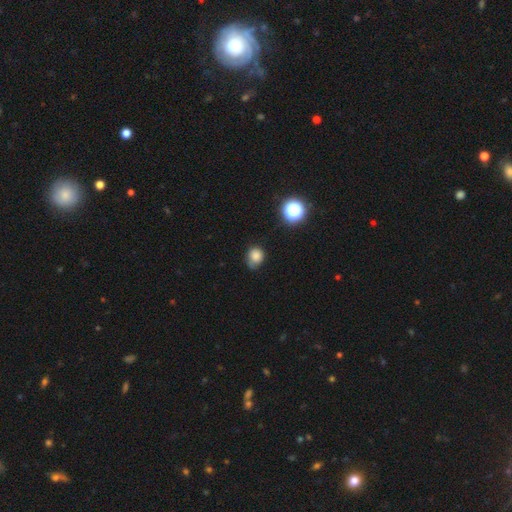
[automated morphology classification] smooth 81%, star or artifact 12%, featured or disk 7%. Down the decision tree: how rounded — round (70%); merging — none (52%).